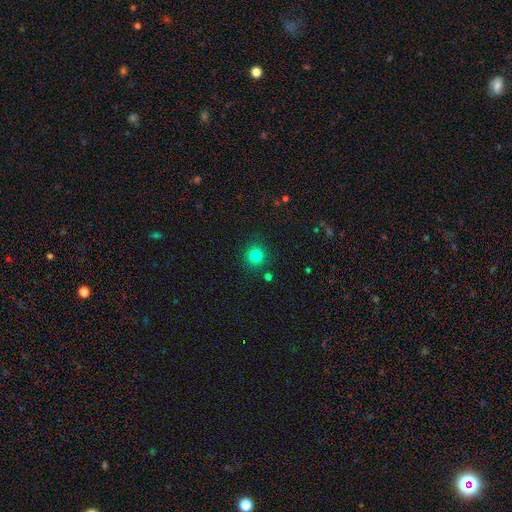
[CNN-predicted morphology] This appears to be a smooth galaxy with no disk features (82%) that is round (92%). Merging: none (88%).